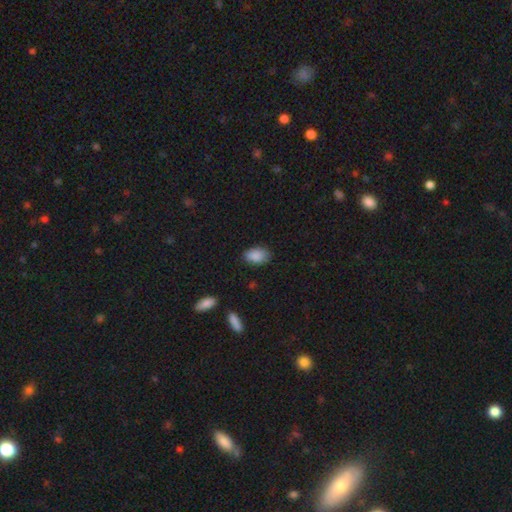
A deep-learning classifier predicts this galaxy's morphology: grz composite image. It shows a smooth galaxy with no disk features (88%) that is in between round and cigar-shaped (91%). Merging: none (79%).